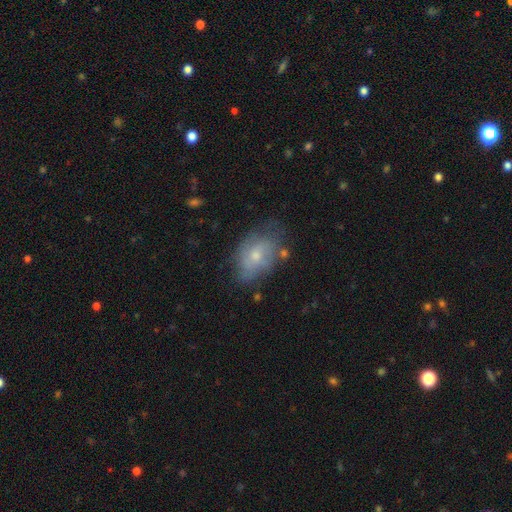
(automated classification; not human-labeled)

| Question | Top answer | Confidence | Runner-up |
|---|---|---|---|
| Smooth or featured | smooth | 49% | featured or disk (42%) |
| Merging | none | 55% | minor disturbance (29%) |